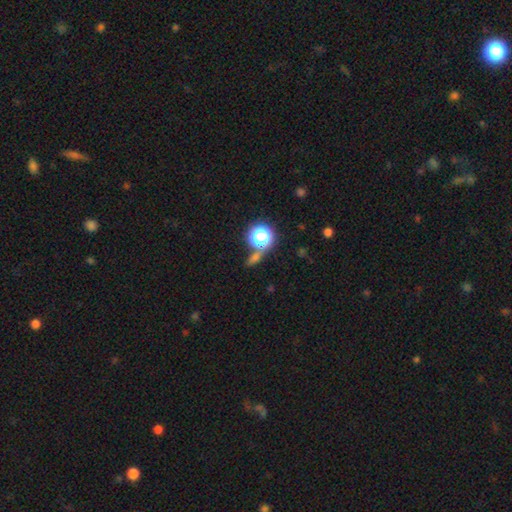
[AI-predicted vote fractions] Q: Smooth or featured?
A: star or artifact (51%); runner-up: smooth (39%)